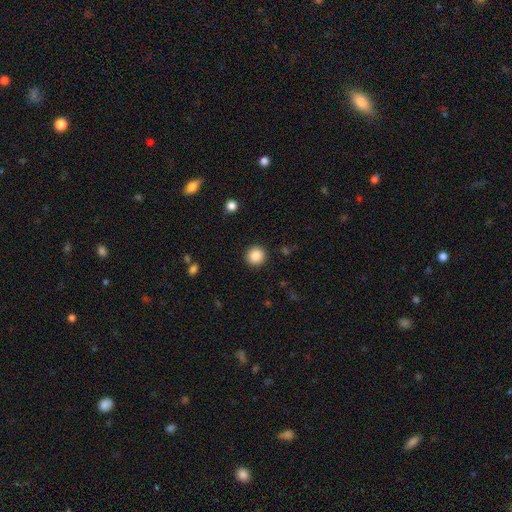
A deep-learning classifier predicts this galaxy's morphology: smooth 88%, star or artifact 9%, featured or disk 3%. Down the decision tree: how rounded — round (94%); merging — none (92%).